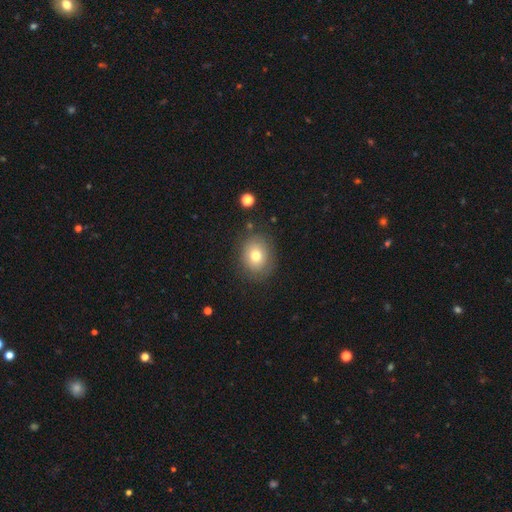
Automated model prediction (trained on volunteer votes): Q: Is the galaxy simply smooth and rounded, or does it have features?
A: smooth — 74%.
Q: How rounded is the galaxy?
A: round — 59%.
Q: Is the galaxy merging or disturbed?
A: none — 81%.